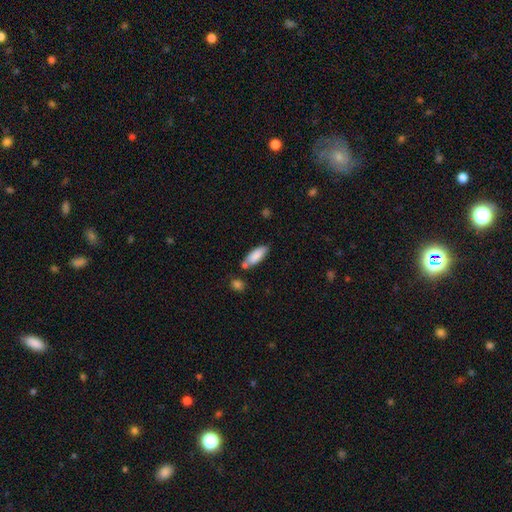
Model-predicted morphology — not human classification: Overall: smooth (86%). How rounded: in between (73%). Merging: none (65%).